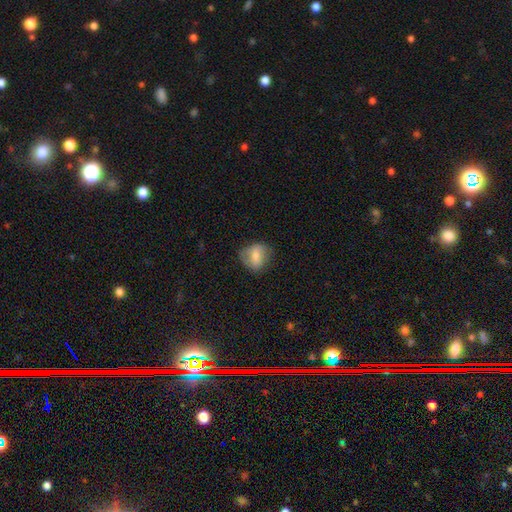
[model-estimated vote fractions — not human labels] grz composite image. It shows a smooth galaxy with no disk features (69%) that is round (55%). Merging: none (64%).